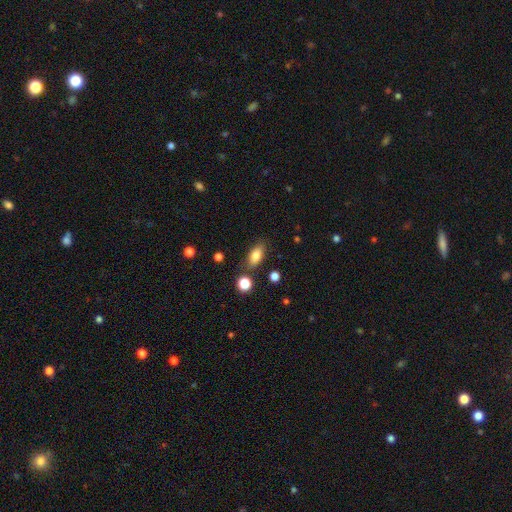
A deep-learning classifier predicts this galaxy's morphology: This is clearly a smooth galaxy (81%). How rounded: clearly in between (84%). Merging: likely none (80%).